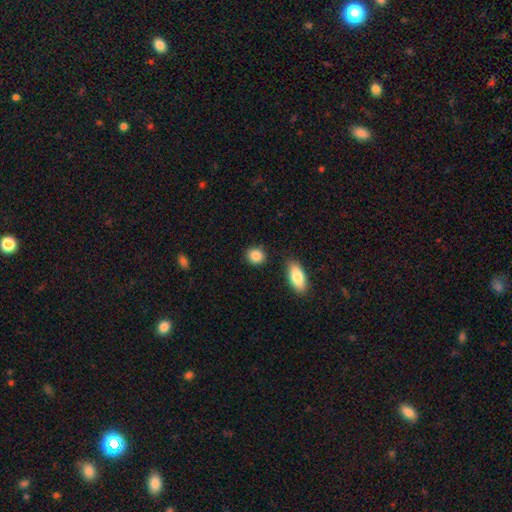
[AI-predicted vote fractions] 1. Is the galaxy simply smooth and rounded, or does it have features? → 87% smooth, 8% star or artifact, 5% featured or disk.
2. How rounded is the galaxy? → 74% round, 24% in between, 2% cigar-shaped.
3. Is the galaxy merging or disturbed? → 86% none, 8% minor disturbance, 4% merger, 2% major disturbance.